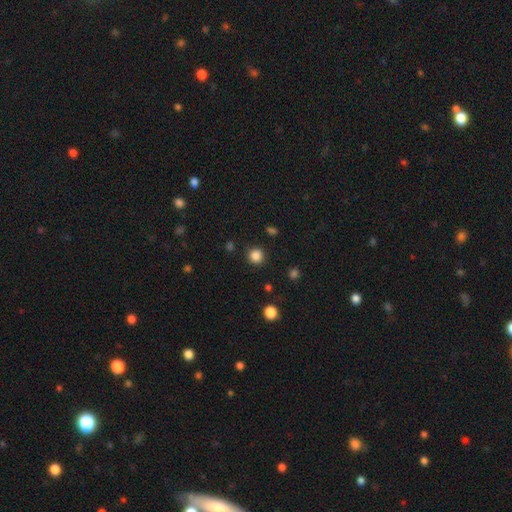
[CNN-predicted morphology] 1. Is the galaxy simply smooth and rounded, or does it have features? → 85% smooth, 12% star or artifact, 3% featured or disk.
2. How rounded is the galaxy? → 93% round, 6% in between, 1% cigar-shaped.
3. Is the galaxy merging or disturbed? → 90% none, 6% minor disturbance, 2% major disturbance, 2% merger.